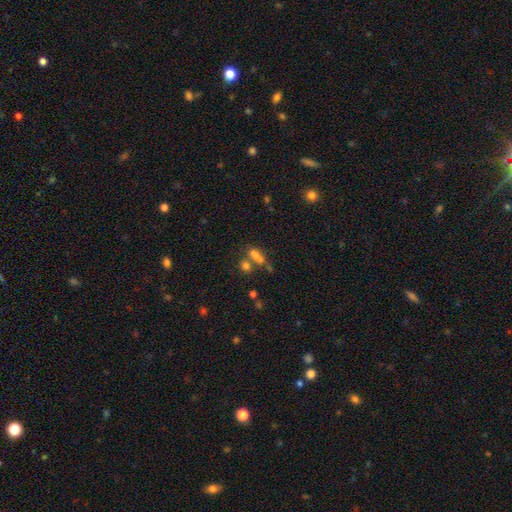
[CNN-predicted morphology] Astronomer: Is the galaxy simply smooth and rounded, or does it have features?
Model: smooth — 59%.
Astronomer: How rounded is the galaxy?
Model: in between — 64%.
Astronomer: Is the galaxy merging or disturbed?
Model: none — 42% (runner-up: merger, 40%).